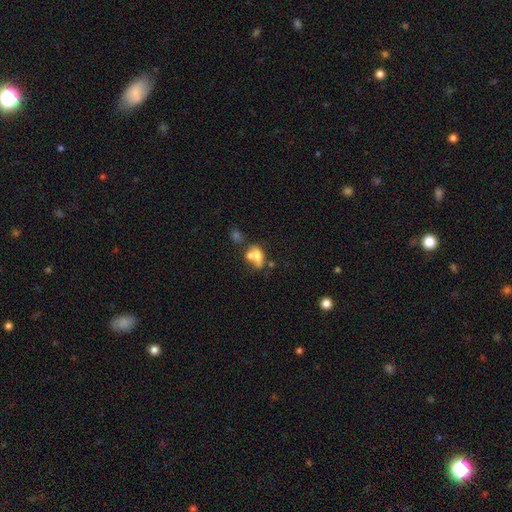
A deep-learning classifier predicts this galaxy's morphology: This appears to be a smooth galaxy with no disk features (60%) that is in between round and cigar-shaped (72%). Merging: merger (54%).